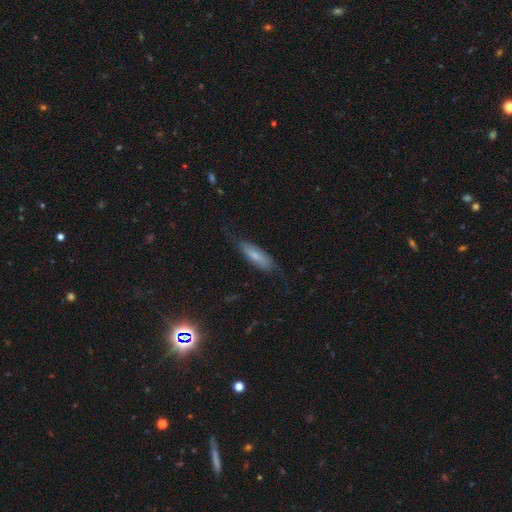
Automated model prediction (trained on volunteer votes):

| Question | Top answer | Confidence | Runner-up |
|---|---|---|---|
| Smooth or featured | smooth | 65% | featured or disk (28%) |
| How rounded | cigar-shaped | 53% | in between (45%) |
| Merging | none | 68% | minor disturbance (23%) |